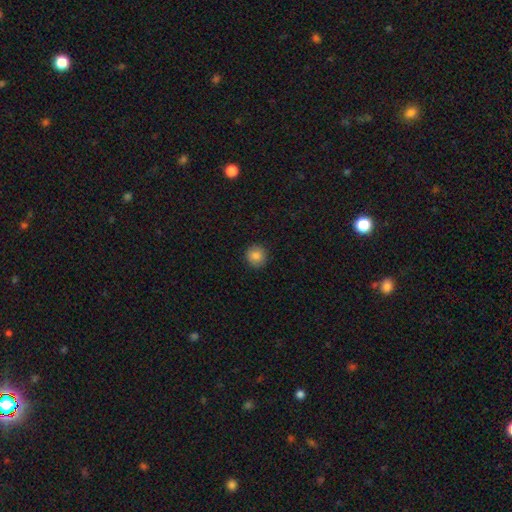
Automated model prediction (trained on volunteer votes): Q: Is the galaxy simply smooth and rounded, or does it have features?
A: smooth — 85%.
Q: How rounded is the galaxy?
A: round — 92%.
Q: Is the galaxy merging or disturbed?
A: none — 91%.